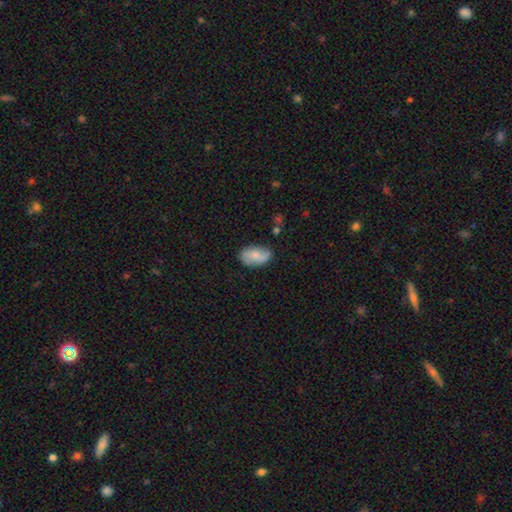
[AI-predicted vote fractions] The model was most divided on "smooth or featured": smooth: 66%, featured or disk: 27%, star or artifact: 7%. More confident: how rounded — in between (92%); merging — none (71%).